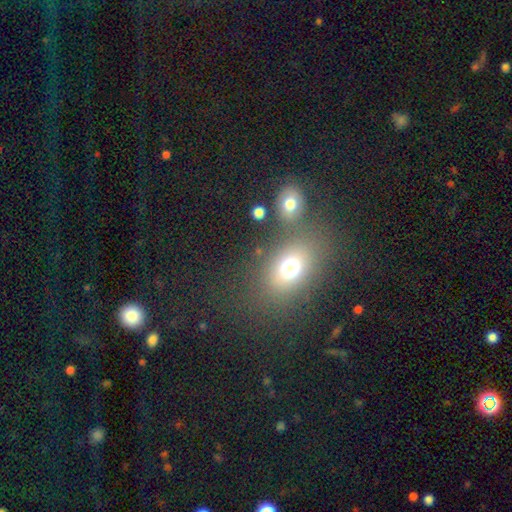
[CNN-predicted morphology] This appears to be a smooth galaxy with no disk features (67%) that is in between round and cigar-shaped (67%). Merging: none (68%).